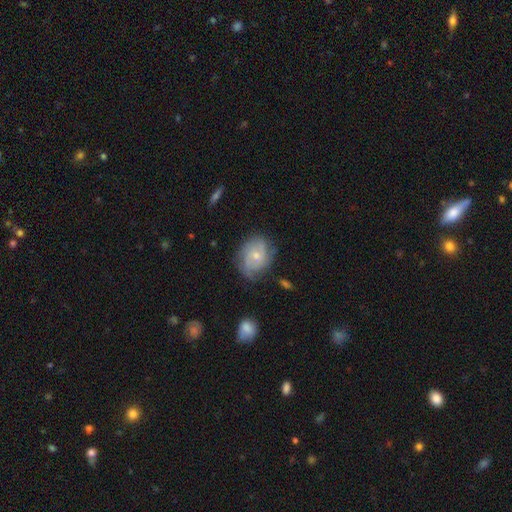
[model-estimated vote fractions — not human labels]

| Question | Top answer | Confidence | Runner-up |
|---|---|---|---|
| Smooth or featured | featured or disk | 64% | smooth (29%) |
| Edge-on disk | no | 97% | yes (3%) |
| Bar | no | 64% | weak (32%) |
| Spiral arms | yes | 87% | no (13%) |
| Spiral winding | tight | 46% | medium (39%) |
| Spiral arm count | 2 | 43% | can't tell (31%) |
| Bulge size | small | 58% | moderate (37%) |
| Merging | none | 66% | minor disturbance (24%) |